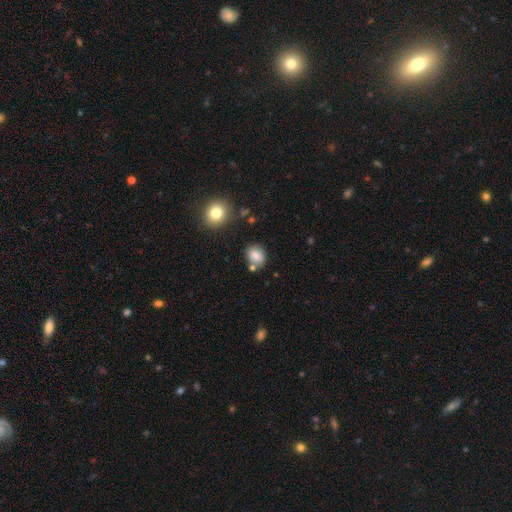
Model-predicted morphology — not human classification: Smooth or featured? smooth (84%)
How rounded? round (61%)
Merging? none (73%)